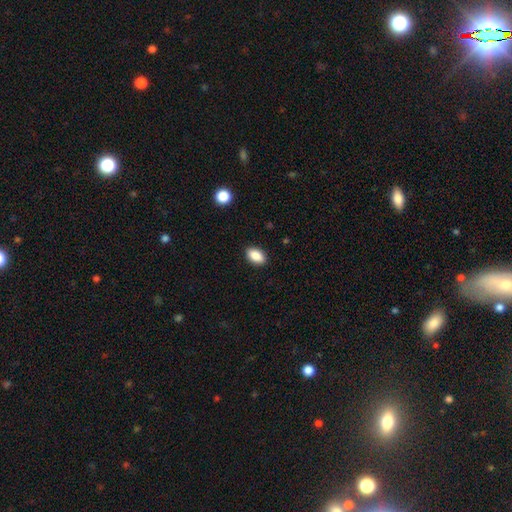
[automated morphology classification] Q: Smooth or featured?
A: smooth (88%); runner-up: star or artifact (8%)
Q: How rounded?
A: in between (91%); runner-up: round (7%)
Q: Merging?
A: none (89%); runner-up: minor disturbance (8%)